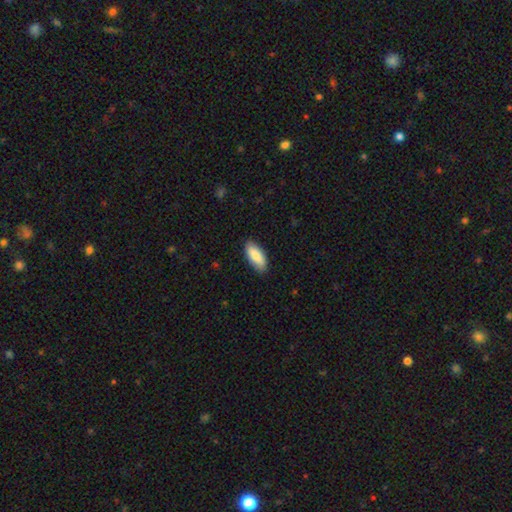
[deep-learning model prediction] Morphology: type=smooth (83%); roundness=in between (83%); merging=none (86%).